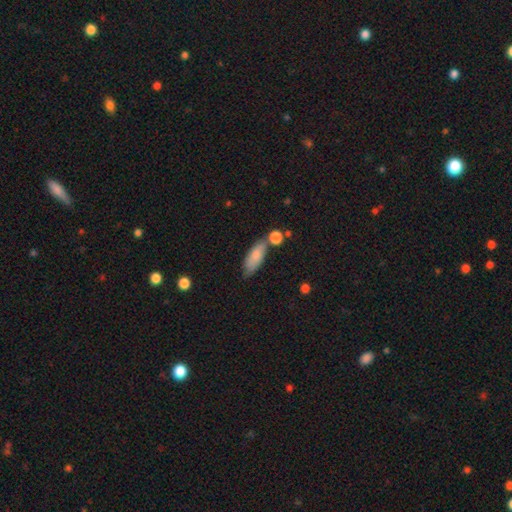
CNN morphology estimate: Smooth or featured? smooth (80%)
How rounded? in between (70%)
Merging? none (58%)